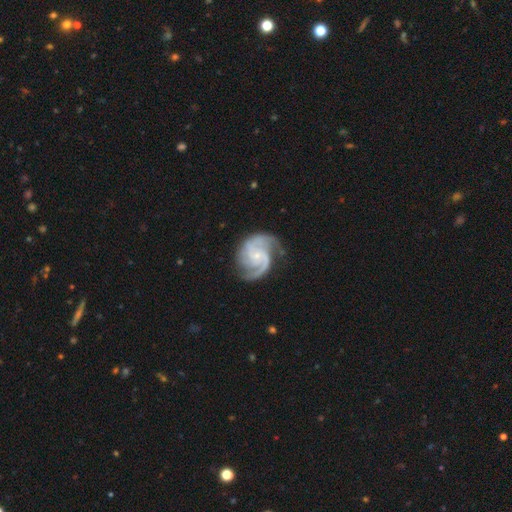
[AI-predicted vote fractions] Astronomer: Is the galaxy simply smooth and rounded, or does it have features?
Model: featured or disk — 92%.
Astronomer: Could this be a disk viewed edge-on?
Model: no — 98%.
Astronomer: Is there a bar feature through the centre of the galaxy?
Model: no — 63%.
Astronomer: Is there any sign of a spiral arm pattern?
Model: yes — 98%.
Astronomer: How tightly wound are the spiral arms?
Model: medium — 56% (runner-up: tight, 33%).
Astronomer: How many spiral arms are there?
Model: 2 — 55% (runner-up: 3, 30%).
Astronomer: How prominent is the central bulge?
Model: small — 77%.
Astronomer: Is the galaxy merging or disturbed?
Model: none — 72%.